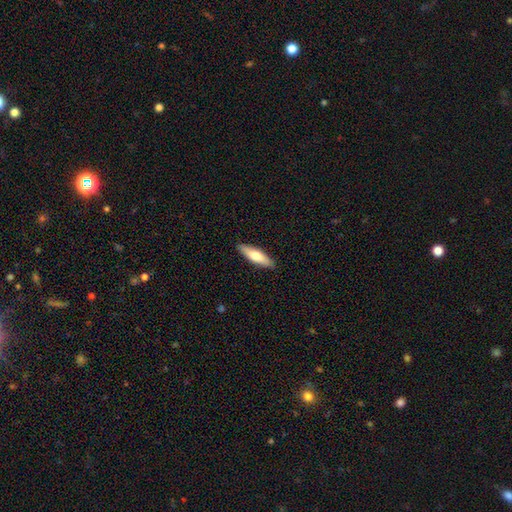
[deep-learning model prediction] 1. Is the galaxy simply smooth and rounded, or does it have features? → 66% smooth, 29% featured or disk, 5% star or artifact.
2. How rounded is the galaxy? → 62% cigar-shaped, 36% in between, 2% round.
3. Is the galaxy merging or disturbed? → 90% none, 8% minor disturbance, 2% major disturbance, 1% merger.